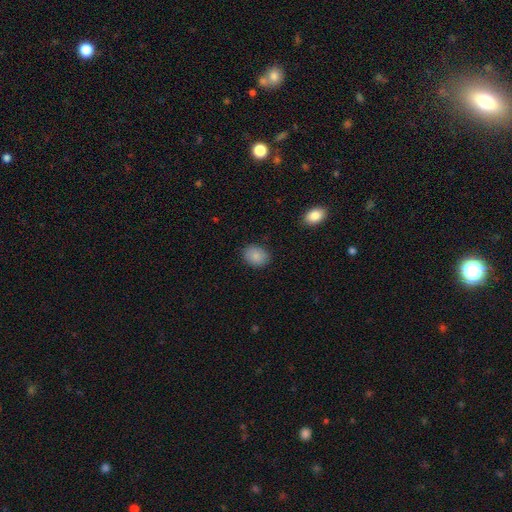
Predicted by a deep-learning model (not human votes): smooth 87%, star or artifact 8%, featured or disk 5%. Down the decision tree: how rounded — in between (54%); merging — none (87%).